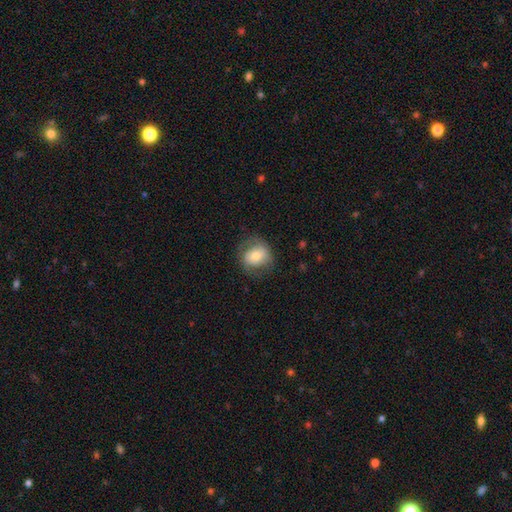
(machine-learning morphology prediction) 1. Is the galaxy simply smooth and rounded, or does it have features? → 58% smooth, 34% featured or disk, 8% star or artifact.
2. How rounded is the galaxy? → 69% round, 30% in between, 1% cigar-shaped.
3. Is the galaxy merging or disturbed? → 68% none, 19% minor disturbance, 12% major disturbance, 1% merger.